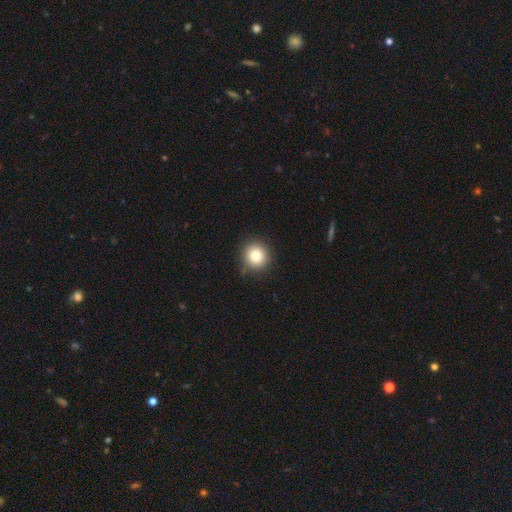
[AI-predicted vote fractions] Smooth or featured? smooth (83%)
How rounded? round (90%)
Merging? none (88%)